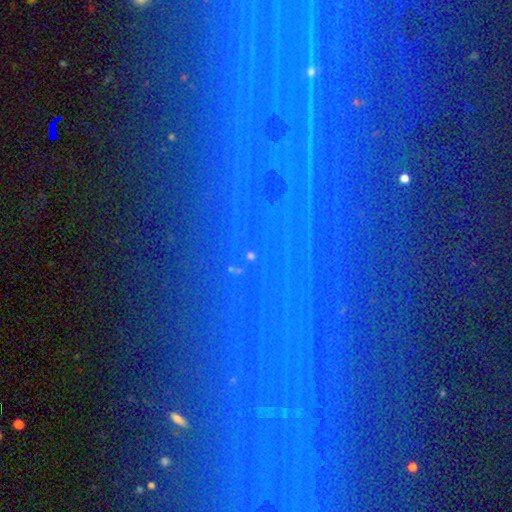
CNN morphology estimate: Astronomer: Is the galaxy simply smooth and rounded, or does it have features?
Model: star or artifact — 73%.